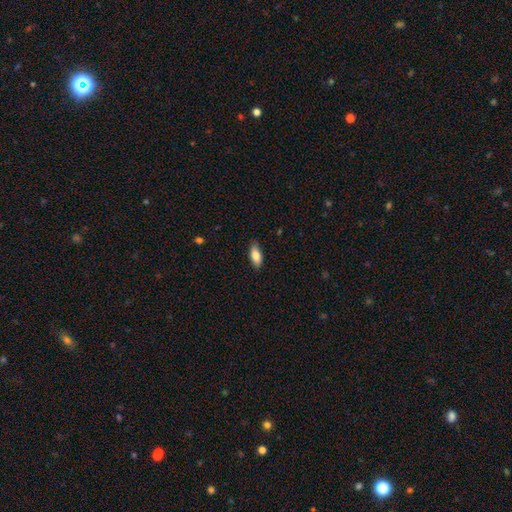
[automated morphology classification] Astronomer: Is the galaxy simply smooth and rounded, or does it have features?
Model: smooth — 81%.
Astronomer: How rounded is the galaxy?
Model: in between — 82%.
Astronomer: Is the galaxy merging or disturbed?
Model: none — 83%.